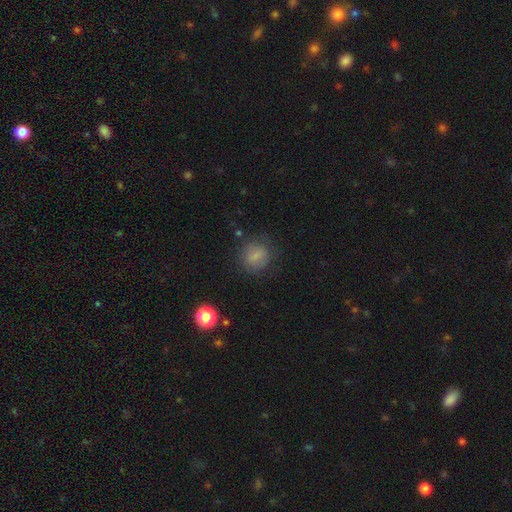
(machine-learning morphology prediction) This is likely a smooth galaxy (76%). How rounded: likely round (76%). Merging: likely none (75%).